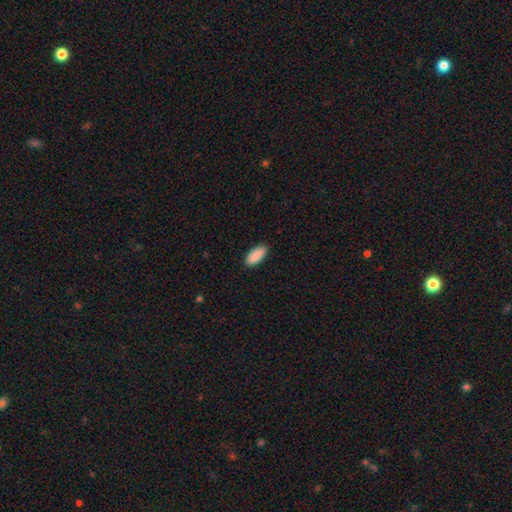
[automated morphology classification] smooth_or_featured: smooth (p=0.90) [alt: star or artifact p=0.06]
how_rounded: in between (p=0.81) [alt: cigar-shaped p=0.17]
merging: none (p=0.87) [alt: minor disturbance p=0.10]